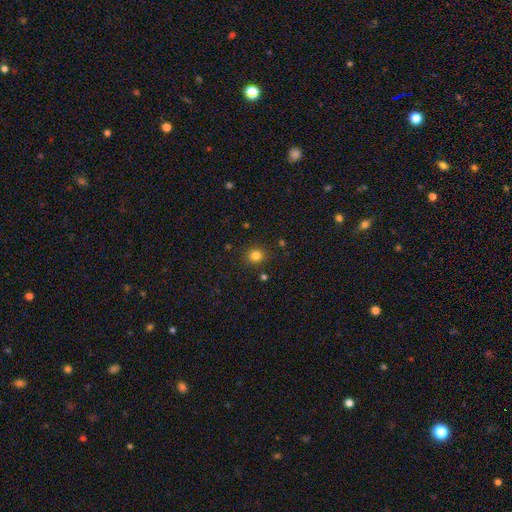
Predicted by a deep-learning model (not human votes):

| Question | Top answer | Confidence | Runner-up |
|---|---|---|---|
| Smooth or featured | smooth | 81% | star or artifact (13%) |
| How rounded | round | 83% | in between (16%) |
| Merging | none | 86% | minor disturbance (9%) |